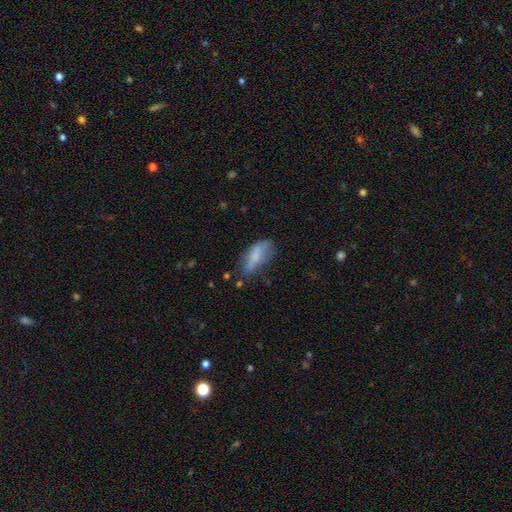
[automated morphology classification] This appears to be a smooth galaxy with no disk features (67%) that is in between round and cigar-shaped (72%). Merging: none (41%).